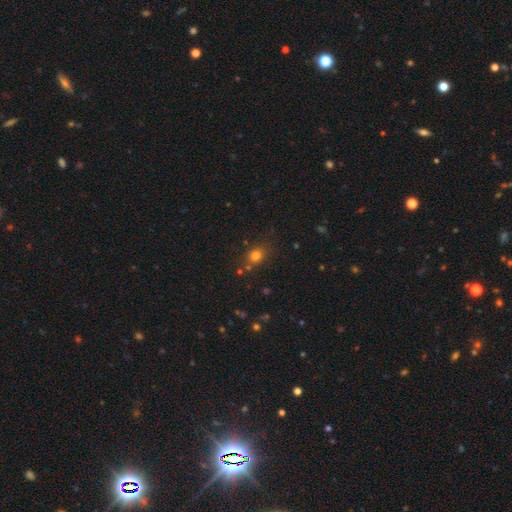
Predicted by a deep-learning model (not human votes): smooth_or_featured: smooth (p=0.75) [alt: star or artifact p=0.17]
how_rounded: round (p=0.62) [alt: in between p=0.37]
merging: none (p=0.76) [alt: minor disturbance p=0.13]